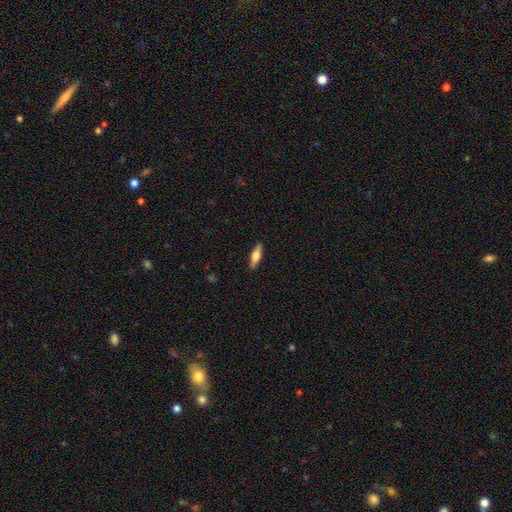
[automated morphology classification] Smooth or featured? Predicted: smooth (p=0.59). How rounded? Predicted: cigar-shaped (p=0.58). Merging? Predicted: none (p=0.88).